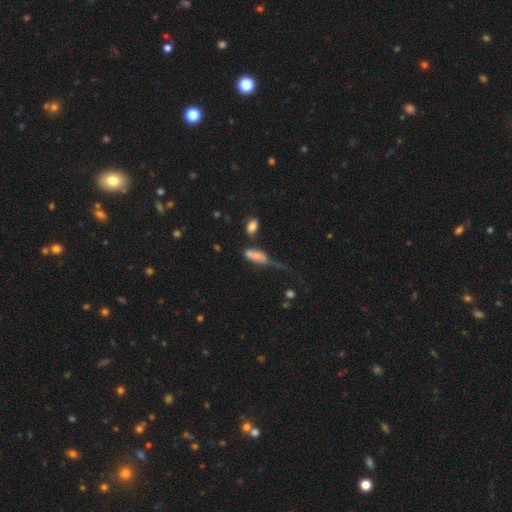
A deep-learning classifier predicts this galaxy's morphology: A smooth galaxy with no disk features (70%) that is in between round and cigar-shaped (77%).

Vote fractions:
- Smooth or featured? smooth: 70% / featured or disk: 20% / star or artifact: 10%
- How rounded? in between: 77% / cigar-shaped: 18% / round: 5%
- Merging? major disturbance: 33% / merger: 27% / none: 20% / minor disturbance: 20%